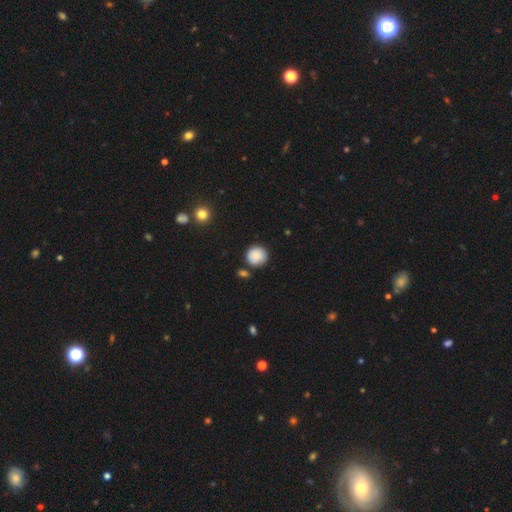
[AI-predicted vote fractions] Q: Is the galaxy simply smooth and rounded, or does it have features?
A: smooth — 86%.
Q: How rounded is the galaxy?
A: round — 94%.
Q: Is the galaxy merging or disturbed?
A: none — 80%.